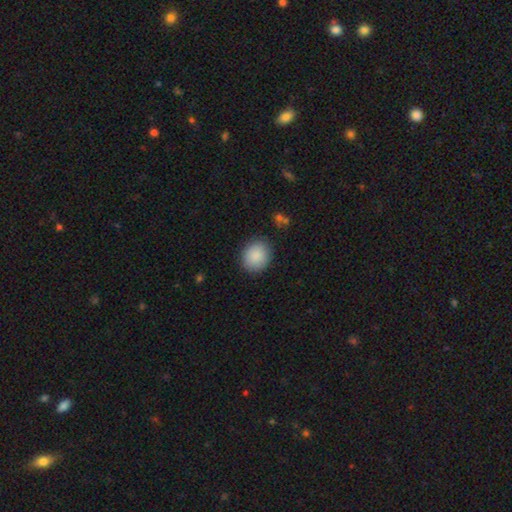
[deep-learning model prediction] Morphology: type=smooth (89%); roundness=round (70%); merging=none (88%).